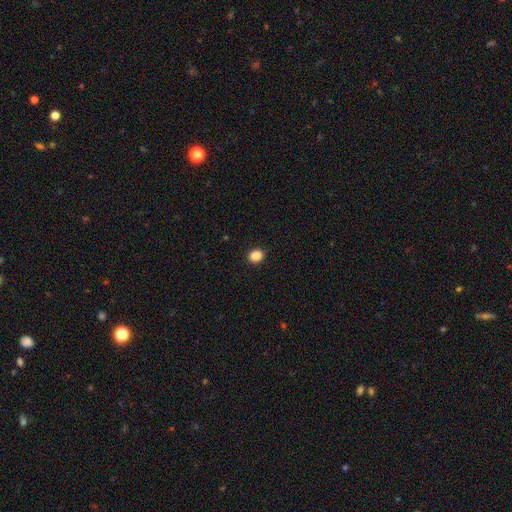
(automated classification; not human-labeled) Smooth or featured? Predicted: smooth (p=0.87). How rounded? Predicted: round (p=0.62). Merging? Predicted: none (p=0.91).